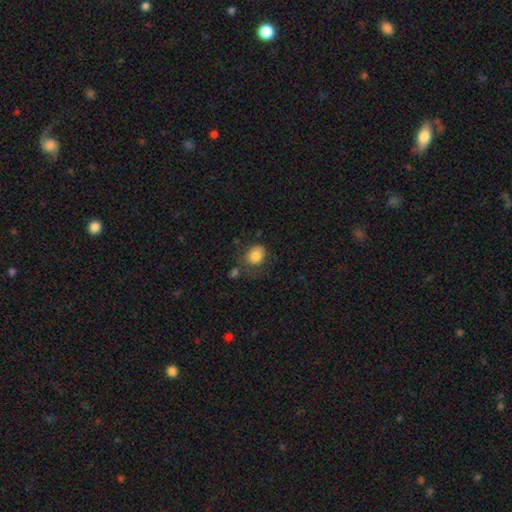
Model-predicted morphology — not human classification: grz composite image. It shows a smooth galaxy with no disk features (83%) that is in between round and cigar-shaped (52%). Merging: none (53%).